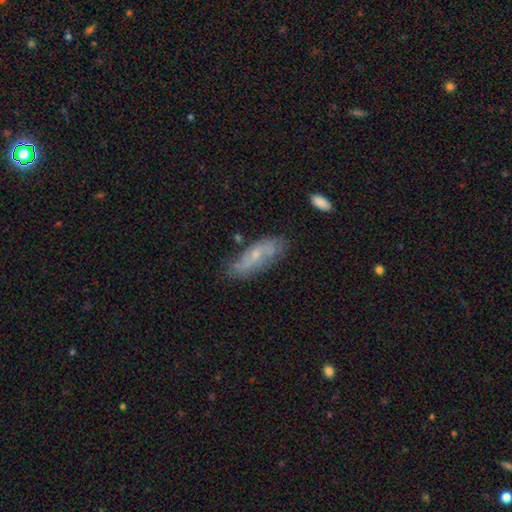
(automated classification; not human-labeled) This is possibly a featured or disk galaxy (52%). It is clearly not viewed edge-on (80%). Merging: likely none (67%).